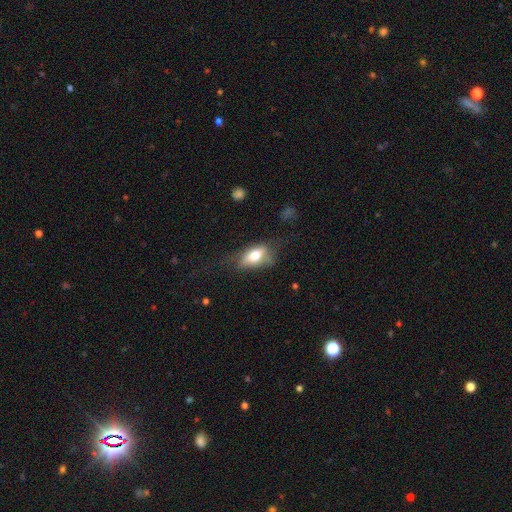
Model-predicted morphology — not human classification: Smooth or featured: smooth — 64% (featured or disk — 28%)
How rounded: in between — 83% (cigar-shaped — 10%)
Merging: none — 47% (minor disturbance — 28%)